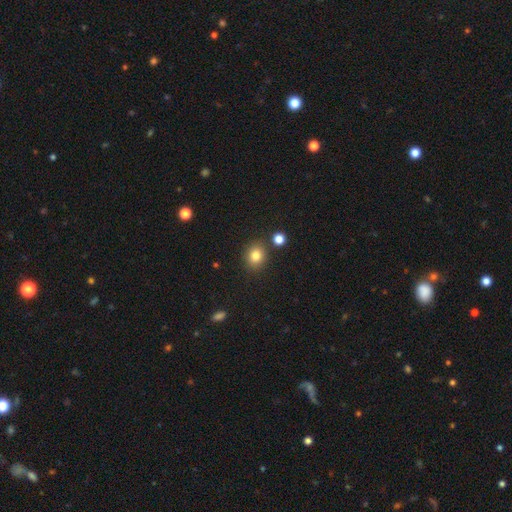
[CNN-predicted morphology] Smooth or featured: smooth — 82% (star or artifact — 11%)
How rounded: round — 71% (in between — 28%)
Merging: none — 82% (minor disturbance — 9%)